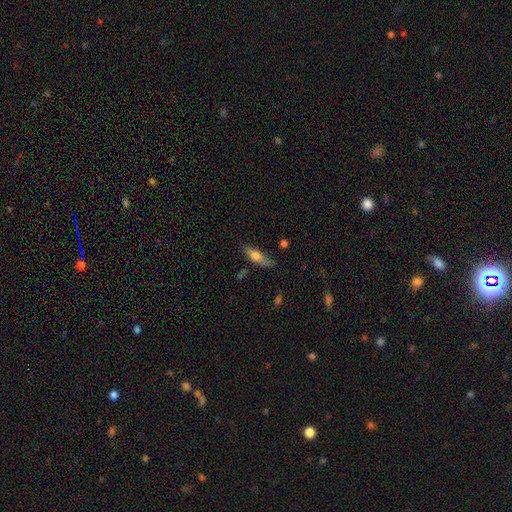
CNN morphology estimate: smooth_or_featured: smooth (p=0.66) [alt: featured or disk p=0.27]
how_rounded: cigar-shaped (p=0.56) [alt: in between p=0.42]
merging: none (p=0.69) [alt: minor disturbance p=0.22]